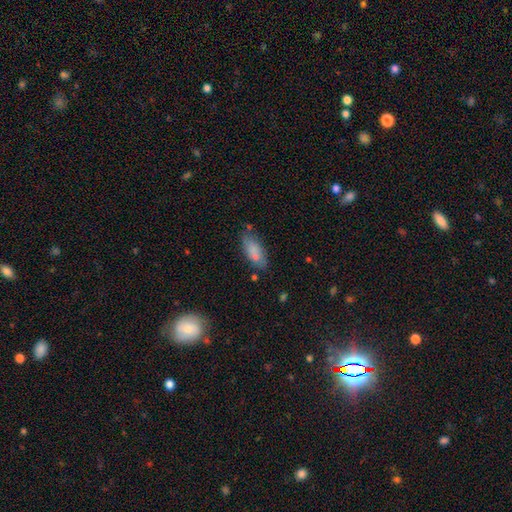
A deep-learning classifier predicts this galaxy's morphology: A smooth galaxy with no disk features (73%) that is in between round and cigar-shaped (78%).

Vote fractions:
- Smooth or featured? smooth: 73% / featured or disk: 17% / star or artifact: 10%
- How rounded? in between: 78% / cigar-shaped: 19% / round: 3%
- Merging? none: 72% / minor disturbance: 20% / major disturbance: 5% / merger: 3%